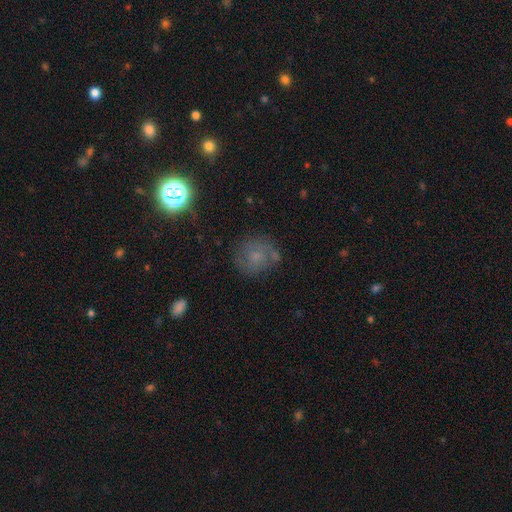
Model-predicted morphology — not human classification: This appears to be a smooth galaxy with no disk features (45%). Merging: none (65%).